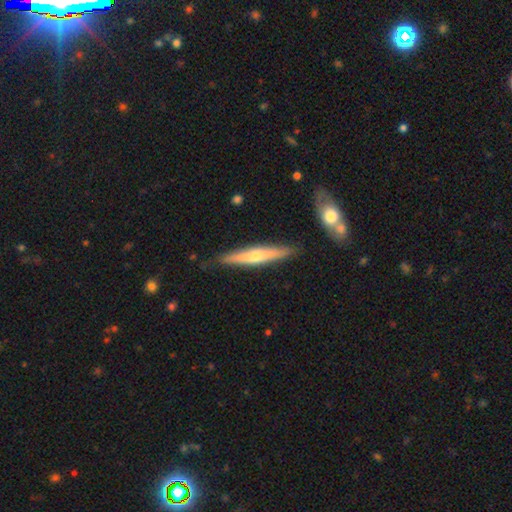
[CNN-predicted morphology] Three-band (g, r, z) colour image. It shows a featured or disk galaxy (54%) viewed edge-on (95%) with a rounded central bulge (80%). Merging: none (86%).